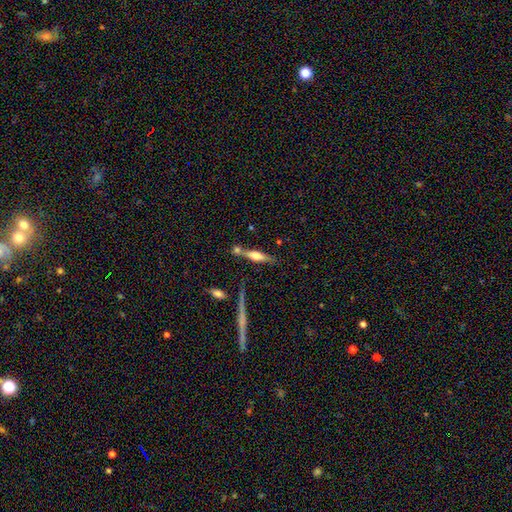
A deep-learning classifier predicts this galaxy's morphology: smooth-or-featured: featured or disk: 50% | smooth: 42% | star or artifact: 7%
  disk-edge-on: yes: 92% | no: 8%
  merging: none: 63% | merger: 19% | minor disturbance: 14% | major disturbance: 4%